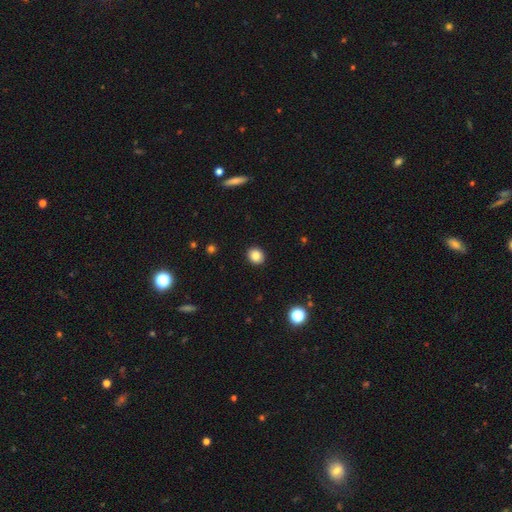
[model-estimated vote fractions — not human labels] Morphology: type=smooth (85%); roundness=round (74%); merging=none (92%).